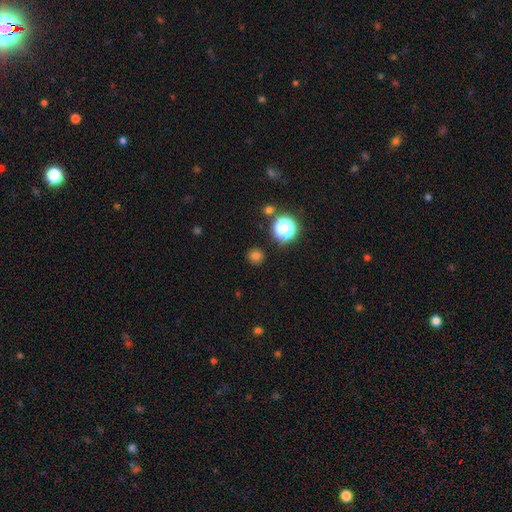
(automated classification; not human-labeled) Morphology: type=smooth (75%); roundness=round (92%); merging=none (89%).